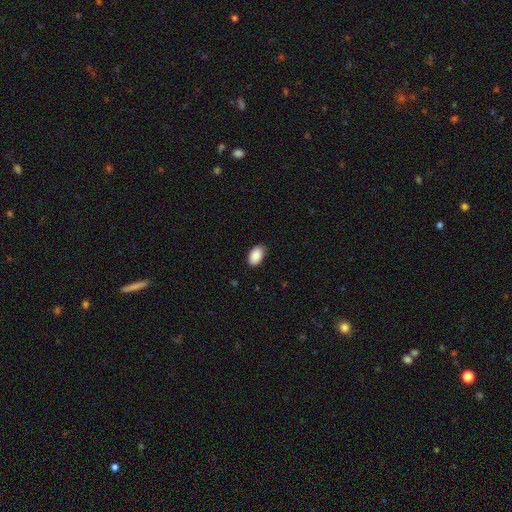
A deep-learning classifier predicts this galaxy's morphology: The model was most divided on "merging": none: 85%, minor disturbance: 12%, major disturbance: 2%, merger: 1%. More confident: how rounded — in between (93%); smooth or featured — smooth (90%).